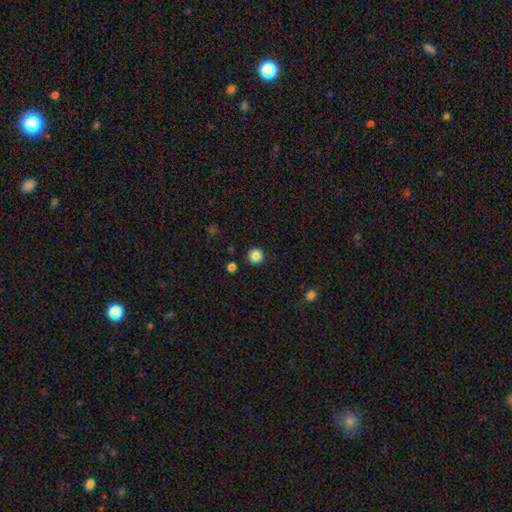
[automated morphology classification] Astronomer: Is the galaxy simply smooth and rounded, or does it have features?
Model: smooth — 84%.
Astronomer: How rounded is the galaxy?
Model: round — 95%.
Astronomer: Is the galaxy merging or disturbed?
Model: none — 92%.